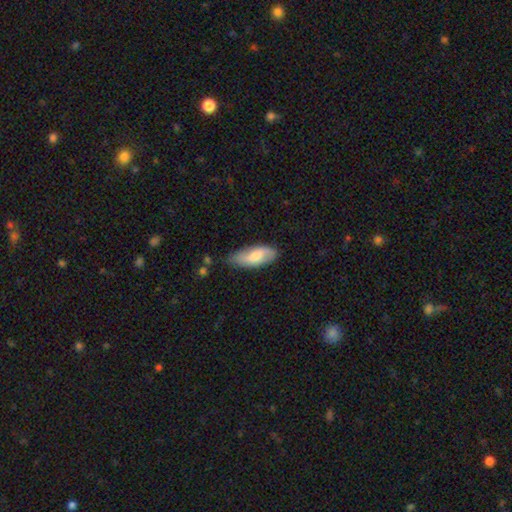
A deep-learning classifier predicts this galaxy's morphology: smooth 61%, featured or disk 32%, star or artifact 6%. Down the decision tree: how rounded — in between (77%); merging — none (62%).